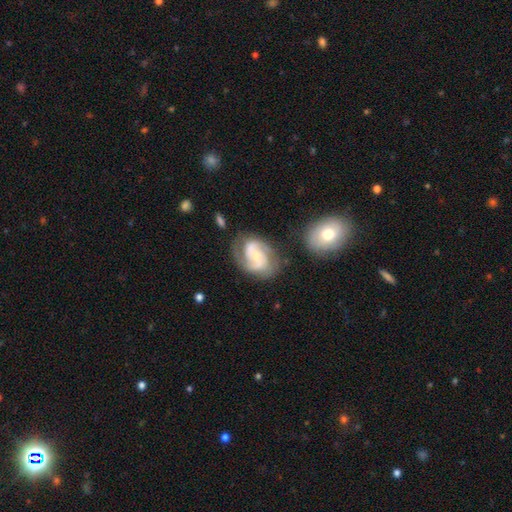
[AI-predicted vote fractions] smooth-or-featured: featured or disk: 83% | smooth: 11% | star or artifact: 5%
  disk-edge-on: no: 98% | yes: 2%
    bar: no: 52% | weak: 37% | strong: 11%
    has-spiral-arms: yes: 95% | no: 5%
      spiral-winding: medium: 50% | tight: 32% | loose: 18%
      spiral-arm-count: 2: 74% | 3: 10% | can't tell: 9% | 1: 3% | 4: 2% | more than 4: 2%
    bulge-size: small: 57% | moderate: 38% | none: 2% | large: 2% | dominant: 1%
  merging: none: 64% | minor disturbance: 20% | major disturbance: 9% | merger: 7%